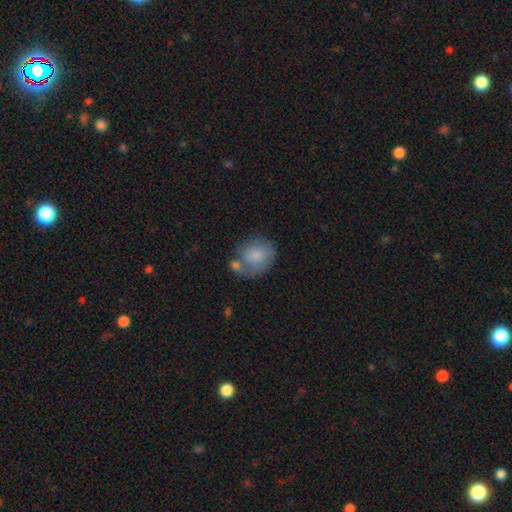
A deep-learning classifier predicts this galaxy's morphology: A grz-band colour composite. It shows a smooth galaxy with no disk features (77%) that is round (70%). Merging: none (38%).